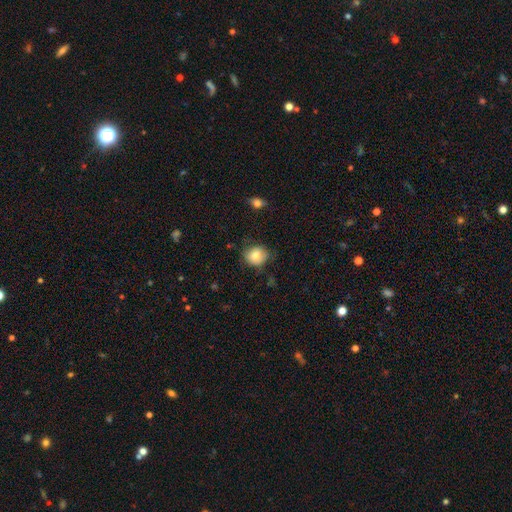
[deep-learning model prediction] The model was most divided on "merging": none: 77%, minor disturbance: 18%, major disturbance: 4%, merger: 1%. More confident: how rounded — round (82%); smooth or featured — smooth (79%).